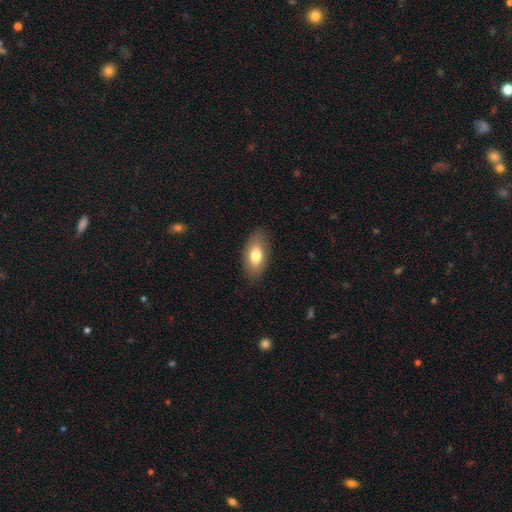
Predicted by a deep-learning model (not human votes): smooth 75%, featured or disk 18%, star or artifact 7%. Down the decision tree: how rounded — in between (91%); merging — none (84%).